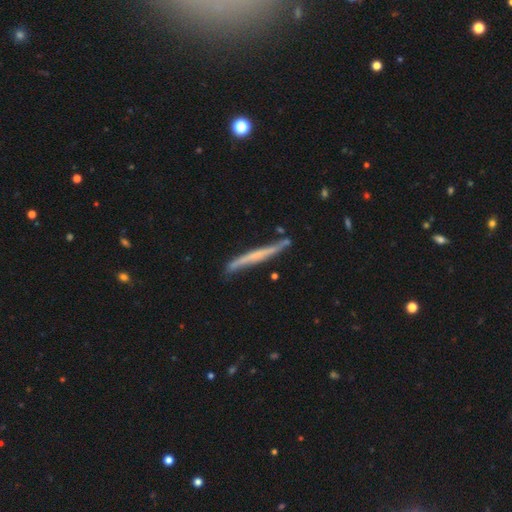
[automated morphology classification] Q: Smooth or featured?
A: featured or disk (59%); runner-up: smooth (34%)
Q: Edge-on disk?
A: yes (93%); runner-up: no (7%)
Q: Edge-on bulge?
A: none (72%); runner-up: rounded (17%)
Q: Merging?
A: none (75%); runner-up: minor disturbance (18%)